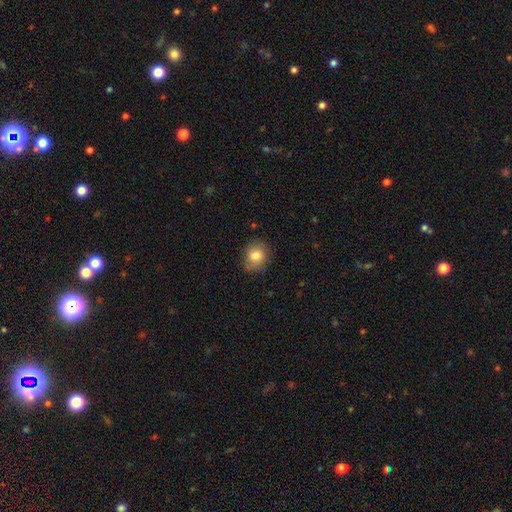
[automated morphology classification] Smooth or featured? Predicted: smooth (p=0.81). How rounded? Predicted: round (p=0.69). Merging? Predicted: none (p=0.81).